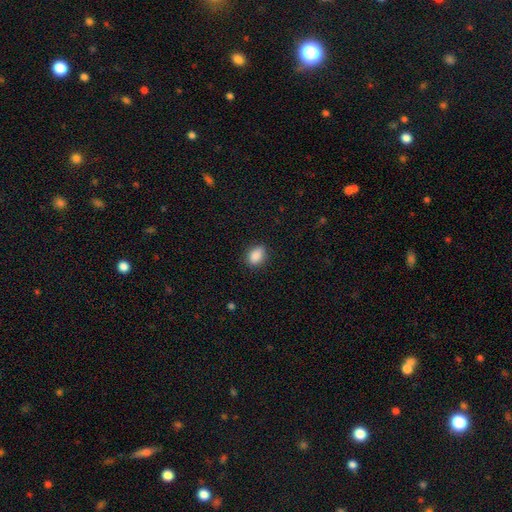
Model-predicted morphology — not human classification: Smooth or featured?
  - smooth: 88% *
  - star or artifact: 8%
  - featured or disk: 4%
How rounded?
  - in between: 72% *
  - round: 27%
  - cigar-shaped: 2%
Merging?
  - none: 82% *
  - minor disturbance: 14%
  - major disturbance: 3%
  - merger: 1%